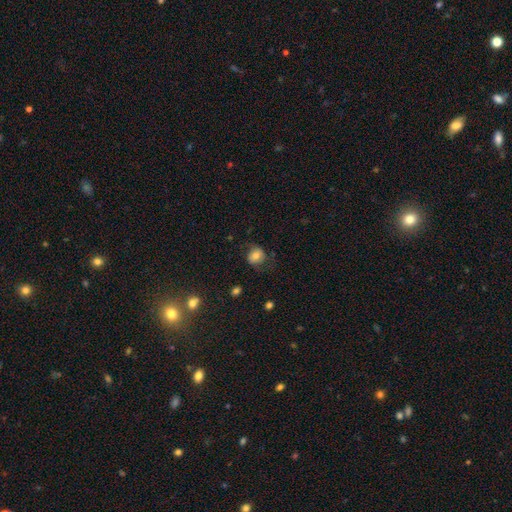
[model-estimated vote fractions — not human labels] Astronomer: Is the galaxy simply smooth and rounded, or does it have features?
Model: smooth — 63%.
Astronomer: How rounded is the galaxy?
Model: round — 72%.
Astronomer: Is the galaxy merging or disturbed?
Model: none — 65%.